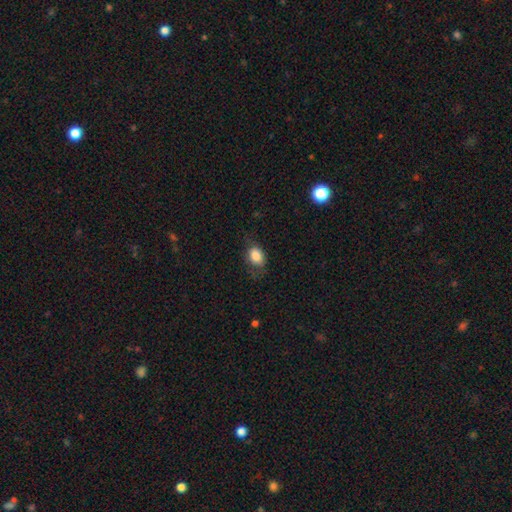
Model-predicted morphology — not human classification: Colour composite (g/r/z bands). It shows a smooth galaxy with no disk features (84%) that is in between round and cigar-shaped (77%). Merging: none (61%).